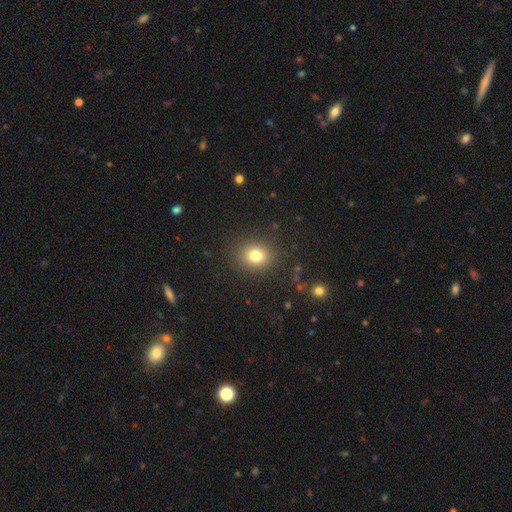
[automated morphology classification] Overall: smooth (78%). How rounded: round (72%). Merging: none (87%).